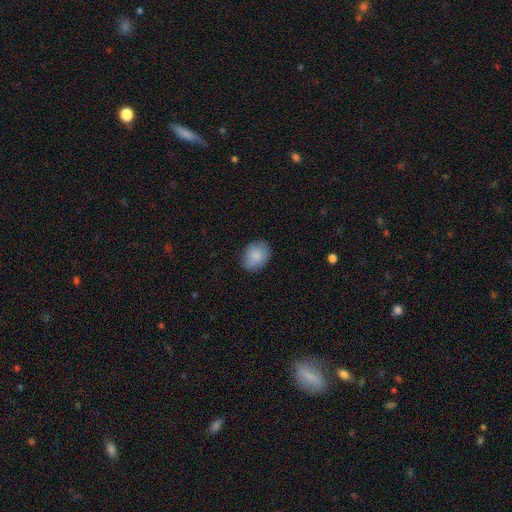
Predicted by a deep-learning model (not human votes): Morphology: type=smooth (86%); roundness=in between (66%); merging=none (81%).